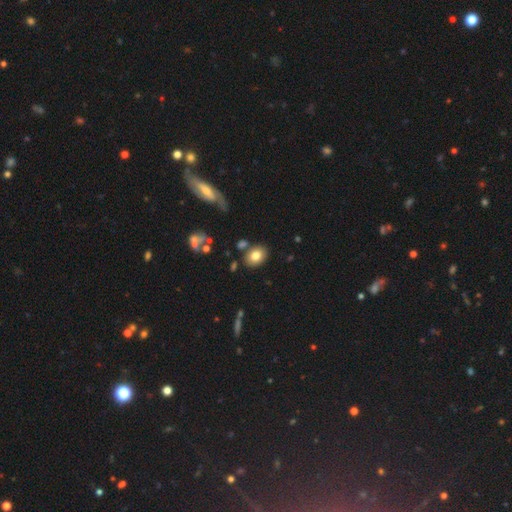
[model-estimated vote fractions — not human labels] This appears to be a smooth galaxy with no disk features (79%) that is in between round and cigar-shaped (63%). Merging: none (78%).